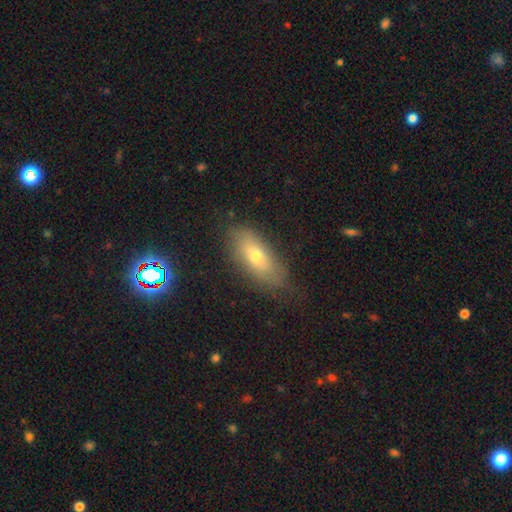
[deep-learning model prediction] smooth-or-featured: smooth: 61% | featured or disk: 27% | star or artifact: 11%
  how-rounded: in between: 78% | cigar-shaped: 18% | round: 4%
  merging: none: 75% | minor disturbance: 18% | major disturbance: 6% | merger: 2%